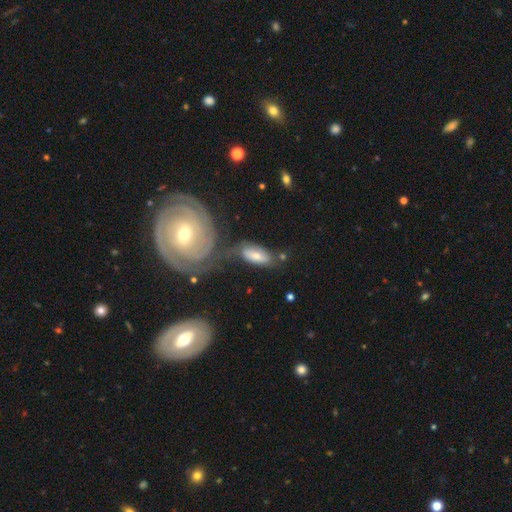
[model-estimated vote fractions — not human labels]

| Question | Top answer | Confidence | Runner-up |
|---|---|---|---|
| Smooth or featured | smooth | 55% | featured or disk (38%) |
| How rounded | in between | 83% | cigar-shaped (14%) |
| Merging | none | 47% | merger (23%) |